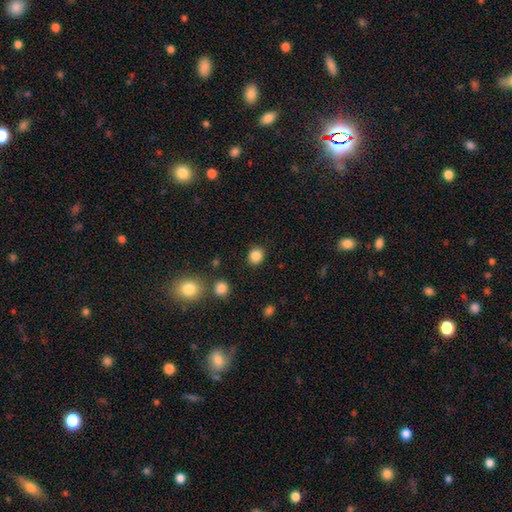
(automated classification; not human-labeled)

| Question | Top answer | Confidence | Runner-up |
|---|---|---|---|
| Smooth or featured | smooth | 86% | star or artifact (10%) |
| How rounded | round | 74% | in between (25%) |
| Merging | none | 88% | minor disturbance (7%) |